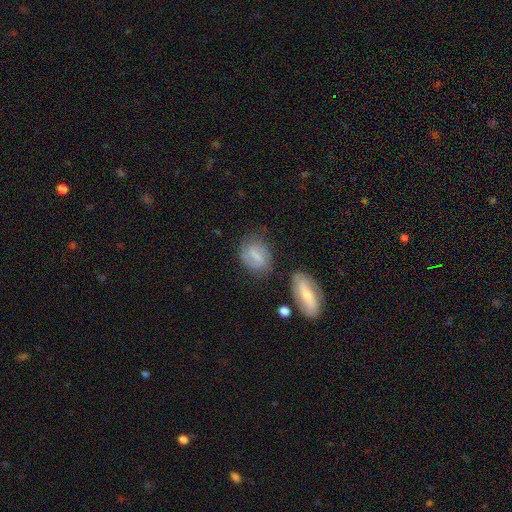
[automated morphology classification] Smooth or featured: featured or disk — 49% (smooth — 43%)
Merging: none — 67% (minor disturbance — 20%)